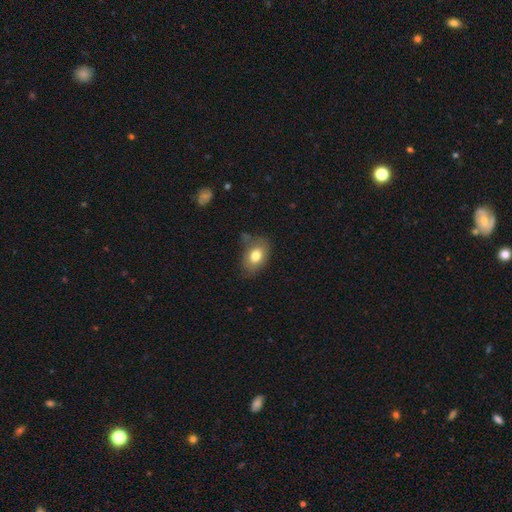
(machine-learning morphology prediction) smooth-or-featured: smooth: 77% | featured or disk: 15% | star or artifact: 8%
  how-rounded: in between: 81% | round: 17% | cigar-shaped: 1%
  merging: none: 66% | minor disturbance: 24% | major disturbance: 6% | merger: 4%